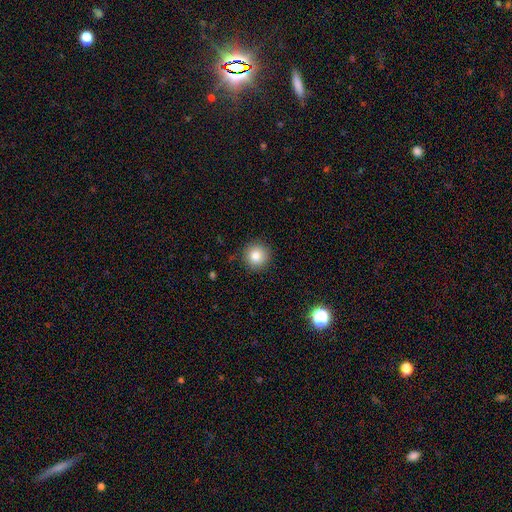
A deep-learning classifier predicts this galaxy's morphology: A smooth galaxy with no disk features (82%) that is round (95%).

Vote fractions:
- Smooth or featured? smooth: 82% / star or artifact: 10% / featured or disk: 7%
- How rounded? round: 95% / in between: 4% / cigar-shaped: 1%
- Merging? none: 91% / minor disturbance: 6% / major disturbance: 2% / merger: 1%